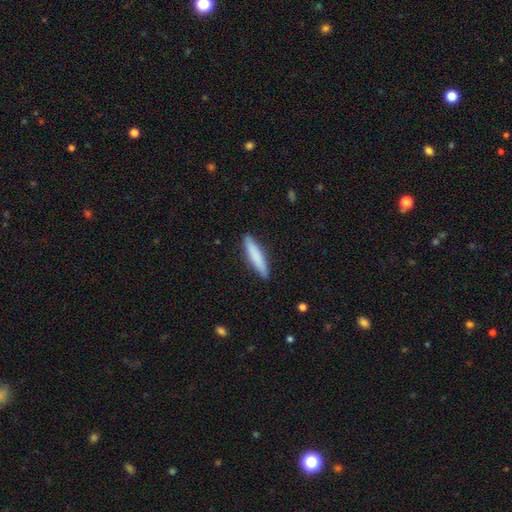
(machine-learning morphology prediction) smooth 80%, featured or disk 15%, star or artifact 5%. Down the decision tree: how rounded — cigar-shaped (85%); merging — none (89%).